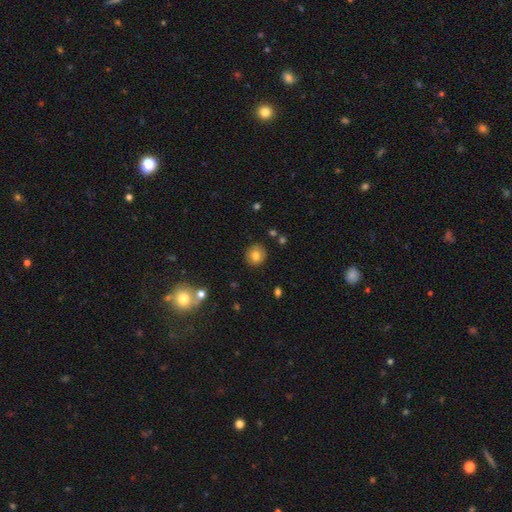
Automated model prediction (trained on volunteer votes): Q: Smooth or featured?
A: smooth (77%); runner-up: featured or disk (12%)
Q: How rounded?
A: round (89%); runner-up: in between (10%)
Q: Merging?
A: none (88%); runner-up: minor disturbance (8%)